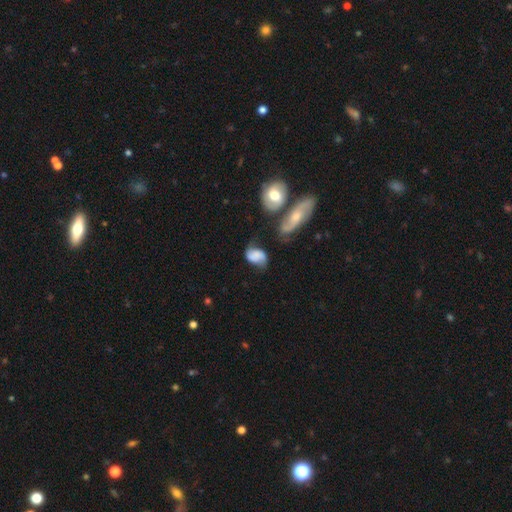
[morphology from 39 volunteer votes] smooth-or-featured: featured or disk: 56% | smooth: 38% | star or artifact: 5%
  disk-edge-on: no: 95% | yes: 5%
    bar: no: 76% | weak: 19% | strong: 5%
    has-spiral-arms: yes: 76% | no: 24%
      spiral-winding: loose: 62% | medium: 31% | tight: 6%
      spiral-arm-count: 2: 88% | 1: 6% | can't tell: 6% | 3: 0% | 4: 0% | more than 4: 0%
    bulge-size: none: 62% | moderate: 14% | small: 14% | large: 10% | dominant: 0%
  merging: none: 41% | minor disturbance: 35% | major disturbance: 14% | merger: 11%